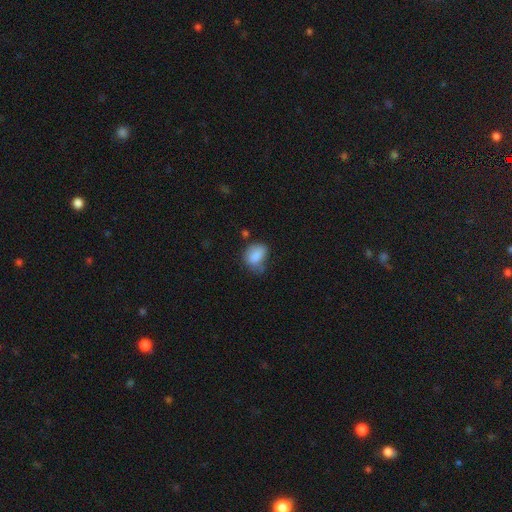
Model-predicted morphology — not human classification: Smooth or featured?
  - smooth: 81% *
  - featured or disk: 10%
  - star or artifact: 9%
How rounded?
  - in between: 69% *
  - round: 29%
  - cigar-shaped: 1%
Merging?
  - none: 41% *
  - minor disturbance: 38%
  - major disturbance: 14%
  - merger: 6%